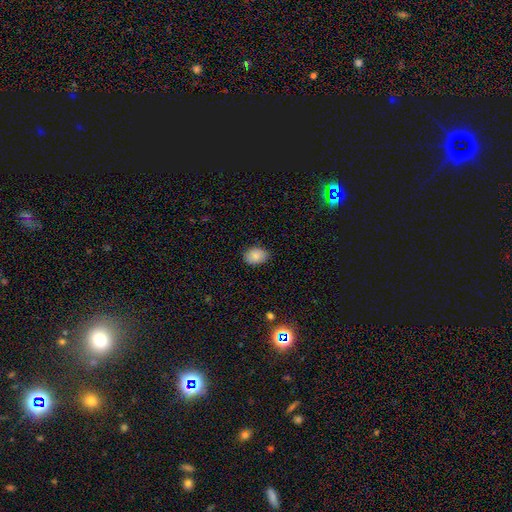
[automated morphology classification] A smooth galaxy with no disk features (86%) that is in between round and cigar-shaped (78%). Merging: none (85%).